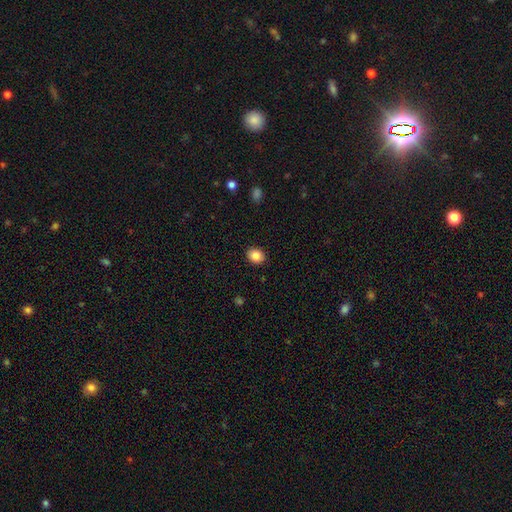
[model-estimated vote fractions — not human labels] A smooth galaxy with no disk features (86%) that is round (55%).

Vote fractions:
- Smooth or featured? smooth: 86% / star or artifact: 9% / featured or disk: 5%
- How rounded? round: 55% / in between: 44% / cigar-shaped: 1%
- Merging? none: 89% / minor disturbance: 8% / major disturbance: 2% / merger: 1%